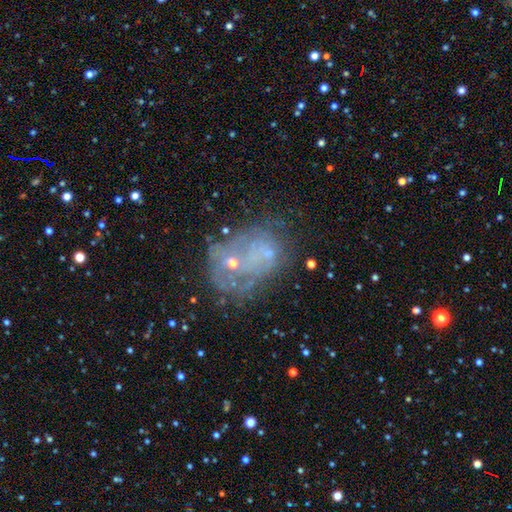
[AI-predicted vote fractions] smooth-or-featured: featured or disk: 55% | smooth: 26% | star or artifact: 19%
  disk-edge-on: no: 97% | yes: 3%
    bar: no: 88% | weak: 9% | strong: 3%
    has-spiral-arms: no: 71% | yes: 29%
    bulge-size: small: 52% | none: 25% | moderate: 19% | large: 2% | dominant: 2%
  merging: merger: 34% | none: 30% | major disturbance: 21% | minor disturbance: 16%